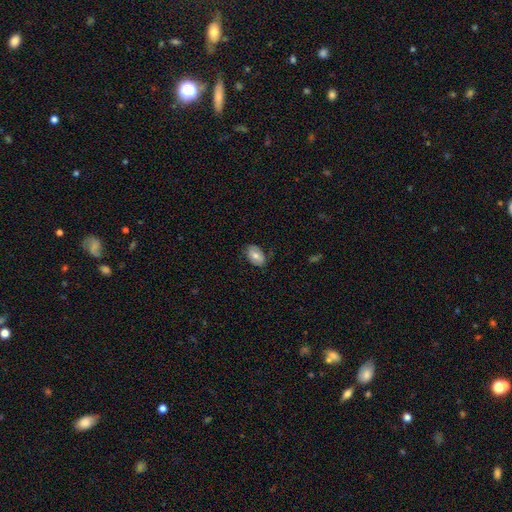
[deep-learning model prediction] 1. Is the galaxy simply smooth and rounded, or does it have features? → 69% smooth, 24% featured or disk, 7% star or artifact.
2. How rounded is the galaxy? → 90% in between, 9% round, 1% cigar-shaped.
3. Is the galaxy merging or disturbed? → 78% none, 17% minor disturbance, 4% major disturbance, 1% merger.